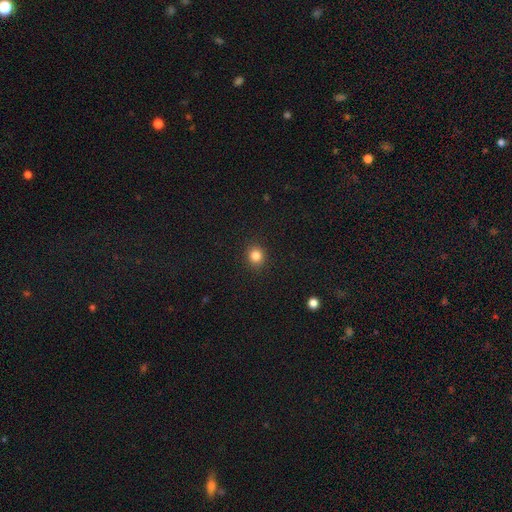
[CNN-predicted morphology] Smooth or featured?
  - smooth: 84% *
  - star or artifact: 11%
  - featured or disk: 5%
How rounded?
  - round: 82% *
  - in between: 17%
  - cigar-shaped: 1%
Merging?
  - none: 91% *
  - minor disturbance: 6%
  - major disturbance: 2%
  - merger: 1%